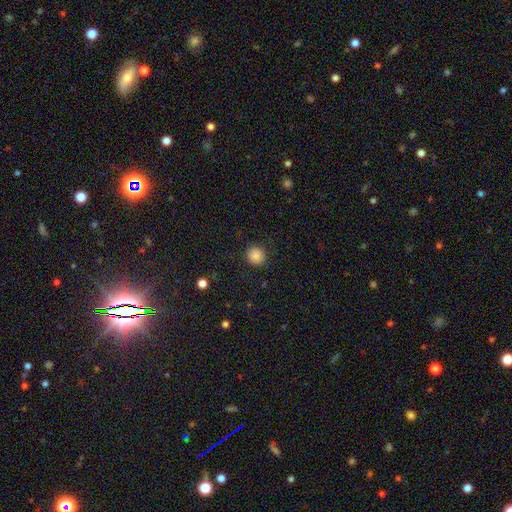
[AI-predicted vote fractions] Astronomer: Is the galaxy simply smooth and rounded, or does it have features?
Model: smooth — 86%.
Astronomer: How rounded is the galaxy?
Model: round — 90%.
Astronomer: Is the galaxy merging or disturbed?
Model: none — 87%.